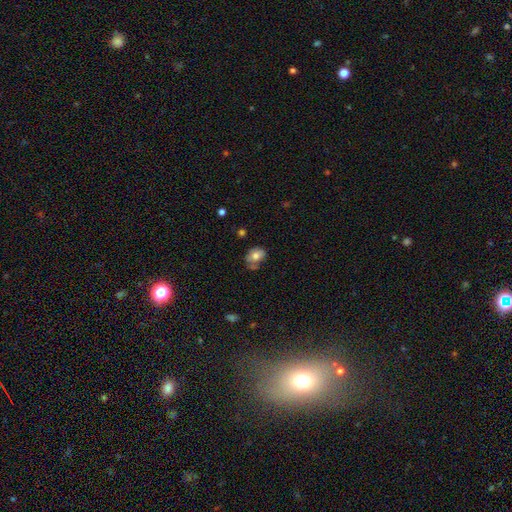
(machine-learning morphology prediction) A smooth galaxy with no disk features (73%) that is in between round and cigar-shaped (64%). Merging: none (48%).